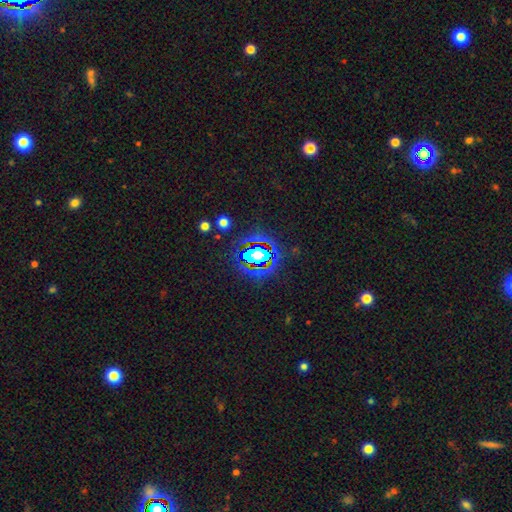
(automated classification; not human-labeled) smooth-or-featured: star or artifact: 80% | smooth: 12% | featured or disk: 8%